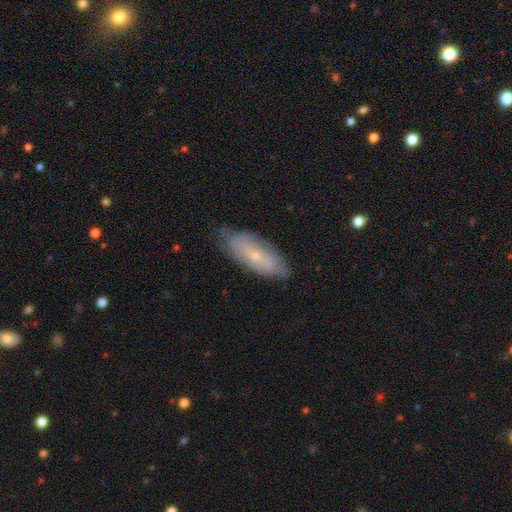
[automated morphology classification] smooth-or-featured: featured or disk: 49% | smooth: 43% | star or artifact: 7%
  merging: none: 73% | minor disturbance: 21% | major disturbance: 4% | merger: 1%